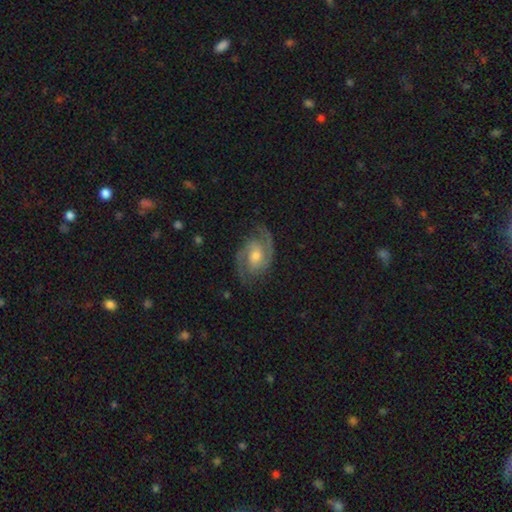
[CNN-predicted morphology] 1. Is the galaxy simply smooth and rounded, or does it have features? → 91% featured or disk, 5% star or artifact, 5% smooth.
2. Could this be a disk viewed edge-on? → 98% no, 2% yes.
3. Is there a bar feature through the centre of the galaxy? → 47% no, 42% weak, 11% strong.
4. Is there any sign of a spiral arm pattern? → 98% yes, 2% no.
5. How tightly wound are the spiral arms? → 55% medium, 34% tight, 11% loose.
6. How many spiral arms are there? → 92% 2, 2% can't tell, 2% 3, 1% 1, 1% 4, 1% more than 4.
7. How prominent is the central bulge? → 65% moderate, 26% small, 6% large, 2% none, 1% dominant.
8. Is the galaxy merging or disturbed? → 81% none, 13% minor disturbance, 4% major disturbance, 1% merger.